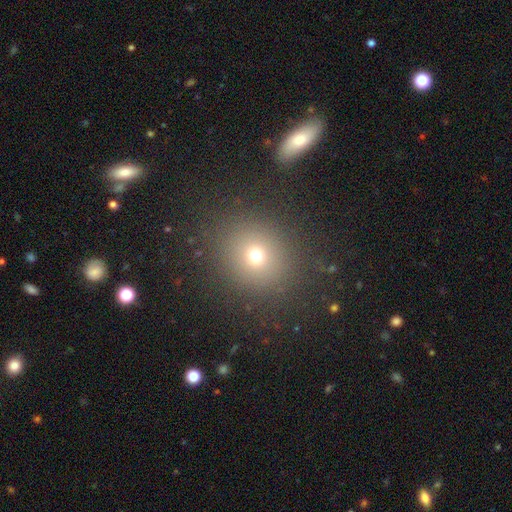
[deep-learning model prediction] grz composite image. It shows a smooth galaxy with no disk features (68%) that is round (84%). Merging: none (84%).